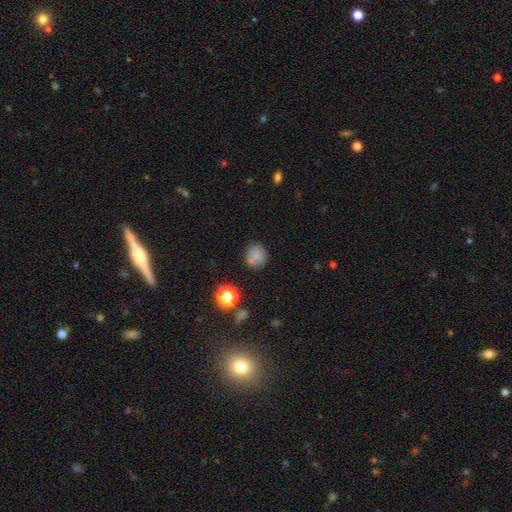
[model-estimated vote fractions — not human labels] Smooth or featured: smooth — 77% (star or artifact — 14%)
How rounded: round — 87% (in between — 12%)
Merging: none — 74% (minor disturbance — 13%)